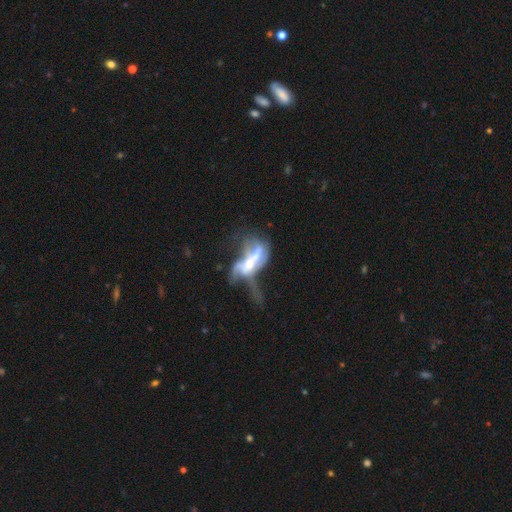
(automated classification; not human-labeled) Morphology: type=featured or disk (65%); edge-on=no (90%); bar=no (56%); spiral arms=no (64%); bulge=moderate (48%); merging=merger (55%).